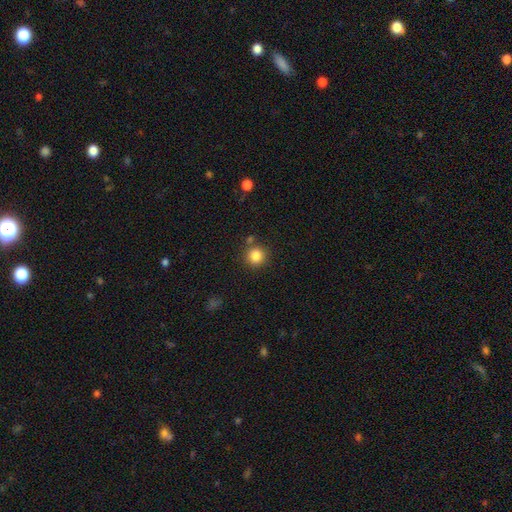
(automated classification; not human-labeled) Q: Smooth or featured?
A: smooth (84%); runner-up: star or artifact (11%)
Q: How rounded?
A: round (92%); runner-up: in between (7%)
Q: Merging?
A: none (81%); runner-up: minor disturbance (9%)